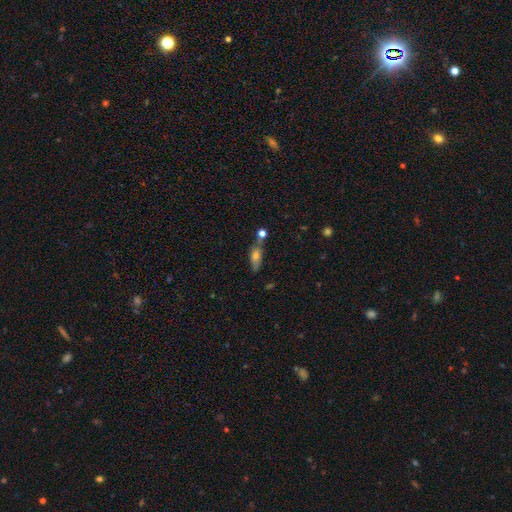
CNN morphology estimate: Q: Smooth or featured?
A: smooth (67%); runner-up: featured or disk (23%)
Q: How rounded?
A: in between (61%); runner-up: cigar-shaped (34%)
Q: Merging?
A: none (57%); runner-up: merger (20%)